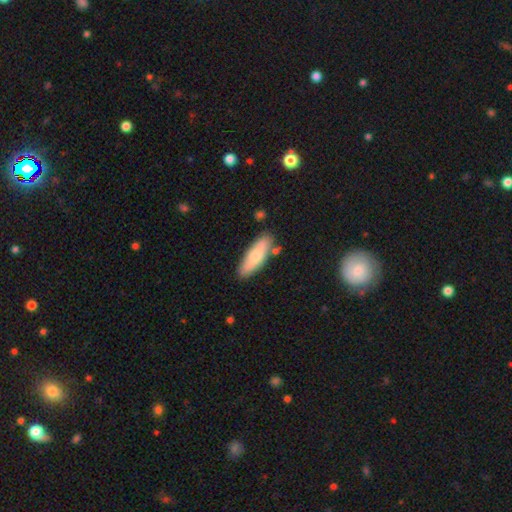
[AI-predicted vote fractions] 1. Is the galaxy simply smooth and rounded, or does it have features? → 72% smooth, 23% featured or disk, 6% star or artifact.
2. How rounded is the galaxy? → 55% in between, 43% cigar-shaped, 2% round.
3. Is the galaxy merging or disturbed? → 80% none, 13% minor disturbance, 5% merger, 2% major disturbance.